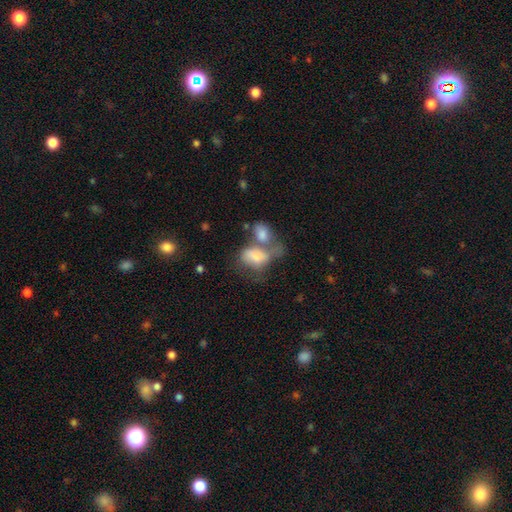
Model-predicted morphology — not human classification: A smooth galaxy with no disk features (66%) that is in between round and cigar-shaped (84%).

Vote fractions:
- Smooth or featured? smooth: 66% / featured or disk: 25% / star or artifact: 9%
- How rounded? in between: 84% / round: 14% / cigar-shaped: 2%
- Merging? merger: 54% / none: 19% / major disturbance: 14% / minor disturbance: 13%